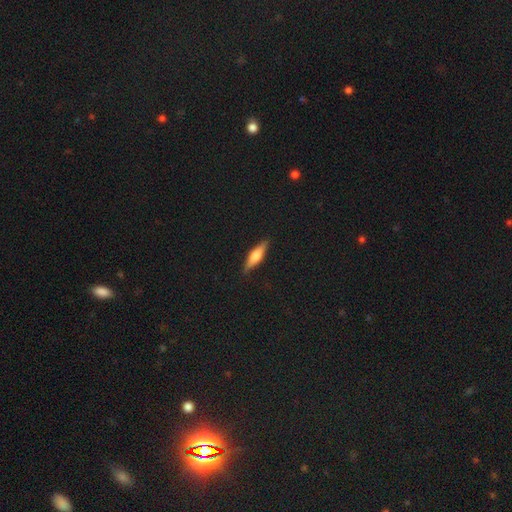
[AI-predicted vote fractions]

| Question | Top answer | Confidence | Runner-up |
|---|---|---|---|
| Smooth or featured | smooth | 50% | featured or disk (44%) |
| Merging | none | 89% | minor disturbance (8%) |